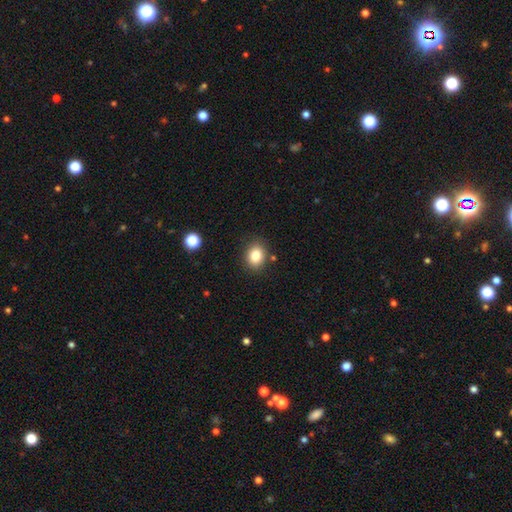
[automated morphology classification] The model was most divided on "how rounded": round: 54%, in between: 45%, cigar-shaped: 1%. More confident: merging — none (85%); smooth or featured — smooth (82%).